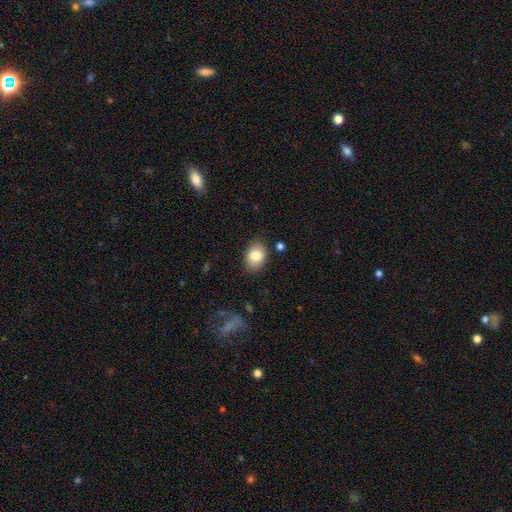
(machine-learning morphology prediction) Overall: smooth (81%). How rounded: in between (73%). Merging: none (84%).